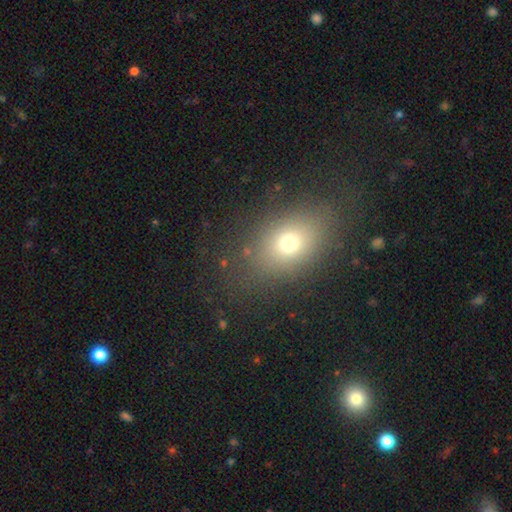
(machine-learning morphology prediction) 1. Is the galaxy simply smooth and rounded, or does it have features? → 65% smooth, 20% star or artifact, 15% featured or disk.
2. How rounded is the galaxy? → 74% in between, 23% round, 3% cigar-shaped.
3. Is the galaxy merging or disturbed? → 82% none, 11% minor disturbance, 5% major disturbance, 2% merger.